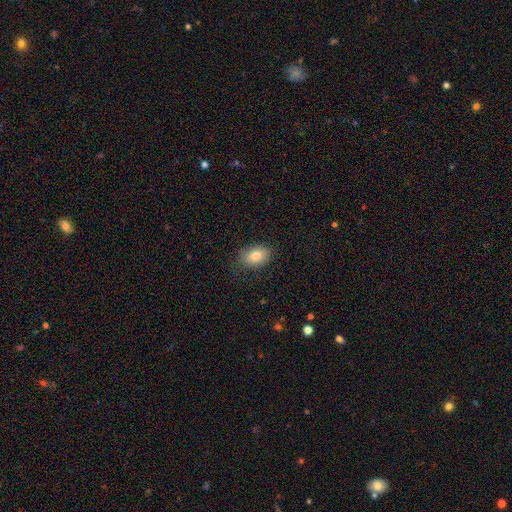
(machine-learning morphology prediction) smooth-or-featured: smooth: 82% | featured or disk: 10% | star or artifact: 8%
  how-rounded: in between: 81% | round: 17% | cigar-shaped: 1%
  merging: none: 82% | minor disturbance: 14% | major disturbance: 3% | merger: 1%